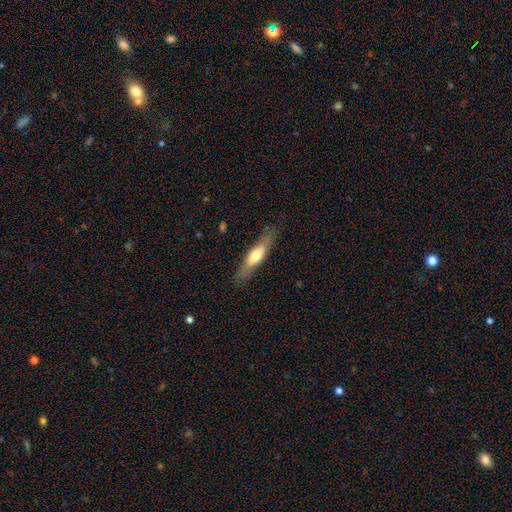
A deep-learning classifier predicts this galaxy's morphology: smooth-or-featured: smooth: 53% | featured or disk: 41% | star or artifact: 6%
  how-rounded: cigar-shaped: 69% | in between: 29% | round: 2%
  merging: none: 81% | minor disturbance: 14% | major disturbance: 4% | merger: 1%